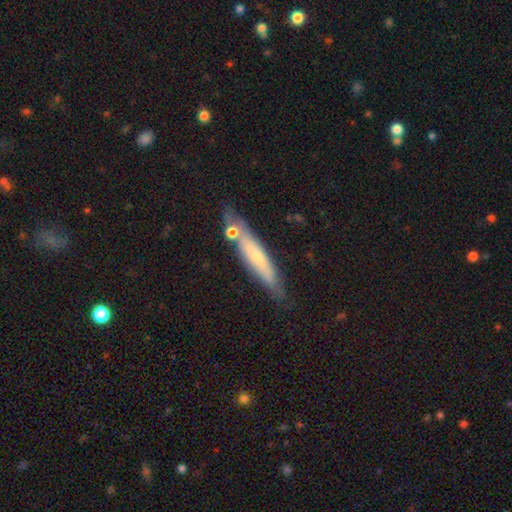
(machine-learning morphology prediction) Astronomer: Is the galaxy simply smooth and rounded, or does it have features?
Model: smooth — 58% (runner-up: featured or disk, 35%).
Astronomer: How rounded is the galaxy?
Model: cigar-shaped — 88%.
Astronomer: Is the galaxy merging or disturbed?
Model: none — 72%.